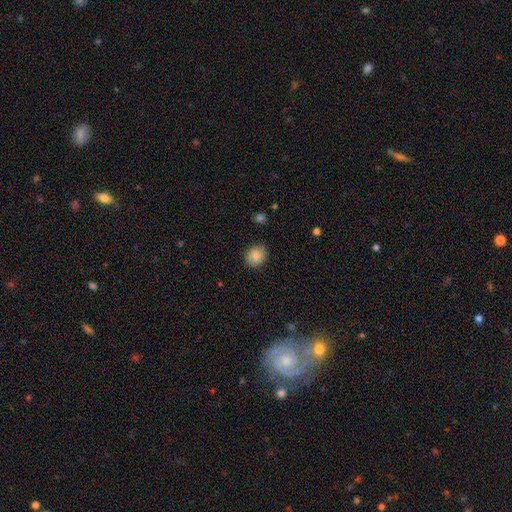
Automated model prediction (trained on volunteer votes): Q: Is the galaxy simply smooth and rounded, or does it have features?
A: smooth — 86%.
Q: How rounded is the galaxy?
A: round — 57%.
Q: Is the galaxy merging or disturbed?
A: none — 83%.